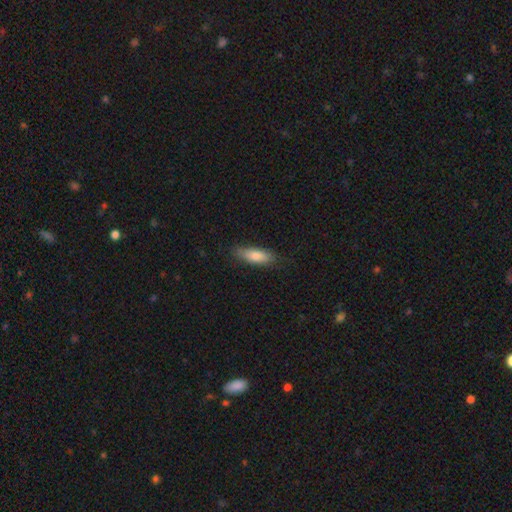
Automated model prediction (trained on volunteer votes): smooth_or_featured: smooth (p=0.81) [alt: featured or disk p=0.13]
how_rounded: in between (p=0.53) [alt: cigar-shaped p=0.45]
merging: none (p=0.79) [alt: minor disturbance p=0.16]